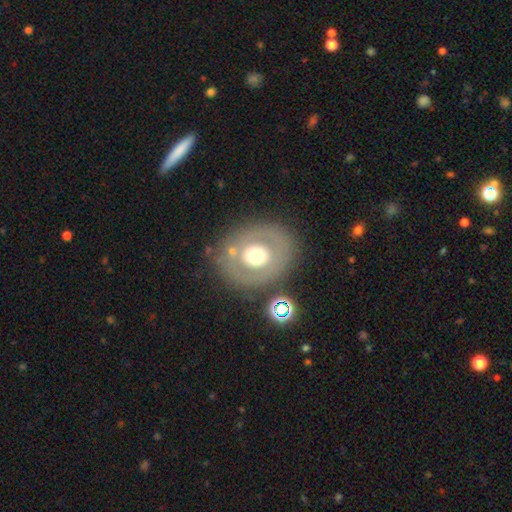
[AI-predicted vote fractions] The model was most divided on "smooth or featured": featured or disk: 56%, smooth: 37%, star or artifact: 8%. More confident: edge-on disk — no (94%); spiral arms — no (80%); merging — none (78%); bar — no (77%); bulge size — moderate (70%).